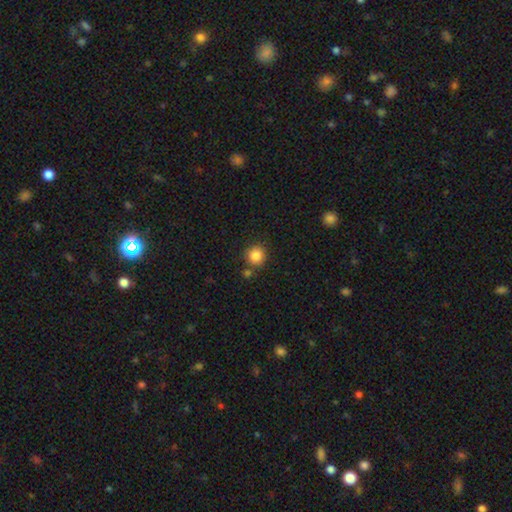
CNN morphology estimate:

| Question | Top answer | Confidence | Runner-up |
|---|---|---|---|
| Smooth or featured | smooth | 85% | star or artifact (10%) |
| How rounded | round | 92% | in between (7%) |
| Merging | none | 79% | merger (10%) |